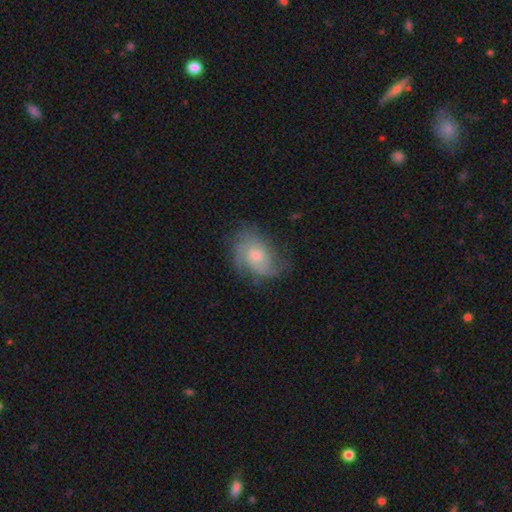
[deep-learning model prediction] smooth_or_featured: featured or disk (p=0.69) [alt: smooth p=0.23]
disk_edge_on: no (p=0.97) [alt: yes p=0.03]
bar: no (p=0.77) [alt: weak p=0.21]
has_spiral_arms: yes (p=0.90) [alt: no p=0.10]
spiral_winding: tight (p=0.42) [alt: medium p=0.40]
spiral_arm_count: can't tell (p=0.33) [alt: 2 p=0.26]
bulge_size: moderate (p=0.51) [alt: small p=0.40]
merging: none (p=0.64) [alt: minor disturbance p=0.24]